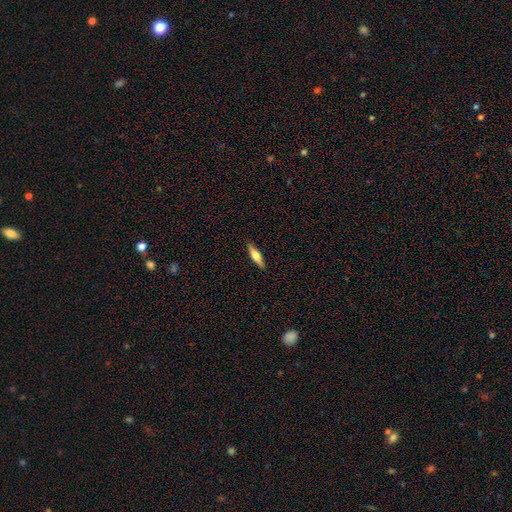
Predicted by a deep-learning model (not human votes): Smooth or featured?
  - featured or disk: 47% * (tied)
  - smooth: 47% * (tied)
  - star or artifact: 6%
Merging?
  - none: 90% *
  - minor disturbance: 8%
  - major disturbance: 2%
  - merger: 1%